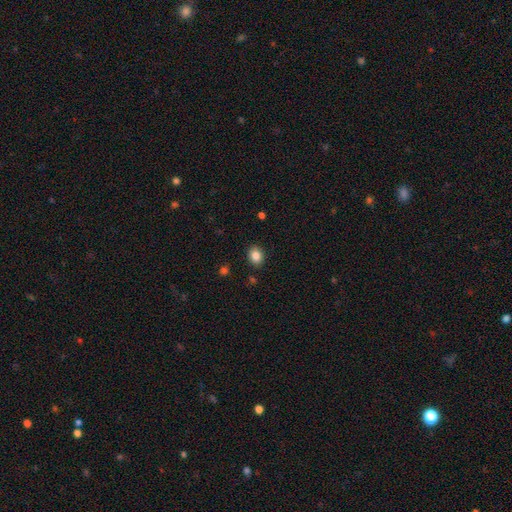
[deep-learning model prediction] Smooth or featured?
  - smooth: 84% *
  - star or artifact: 10%
  - featured or disk: 6%
How rounded?
  - in between: 54% *
  - round: 45%
  - cigar-shaped: 1%
Merging?
  - none: 87% *
  - minor disturbance: 9%
  - major disturbance: 2%
  - merger: 2%